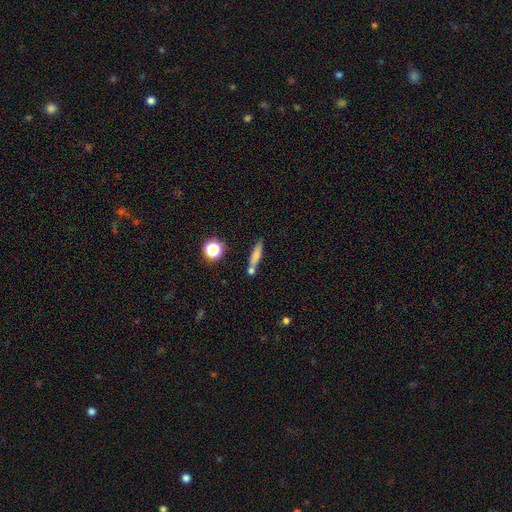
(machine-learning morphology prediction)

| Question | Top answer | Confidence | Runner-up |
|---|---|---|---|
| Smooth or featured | smooth | 69% | featured or disk (21%) |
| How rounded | cigar-shaped | 80% | in between (15%) |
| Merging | none | 67% | merger (17%) |